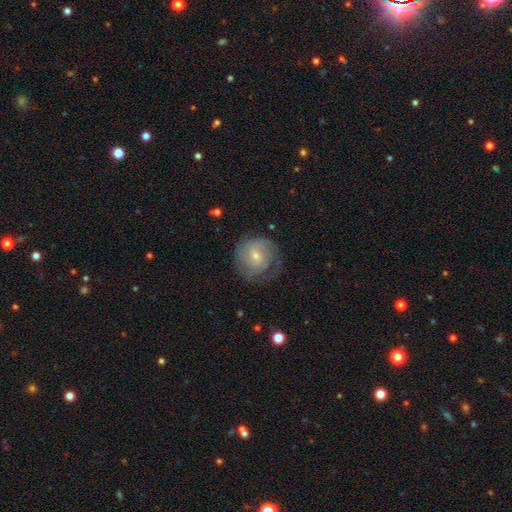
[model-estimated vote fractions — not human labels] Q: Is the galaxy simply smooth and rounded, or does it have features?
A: featured or disk — 64%.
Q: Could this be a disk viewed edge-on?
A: no — 97%.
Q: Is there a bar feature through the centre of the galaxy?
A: no — 62%.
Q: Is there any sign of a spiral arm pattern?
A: yes — 87%.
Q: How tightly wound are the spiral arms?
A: tight — 59%.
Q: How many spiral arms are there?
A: can't tell — 42%.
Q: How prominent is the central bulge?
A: small — 59%.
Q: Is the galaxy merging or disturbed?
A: none — 68%.